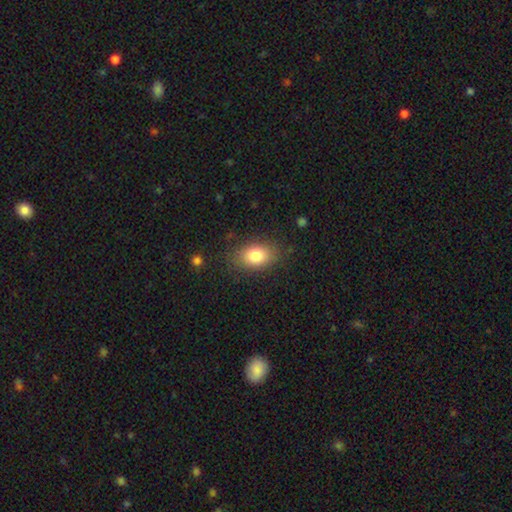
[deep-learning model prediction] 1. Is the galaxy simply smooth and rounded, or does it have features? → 80% smooth, 11% featured or disk, 9% star or artifact.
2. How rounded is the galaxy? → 80% in between, 19% round, 2% cigar-shaped.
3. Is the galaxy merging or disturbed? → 83% none, 12% minor disturbance, 4% major disturbance, 1% merger.